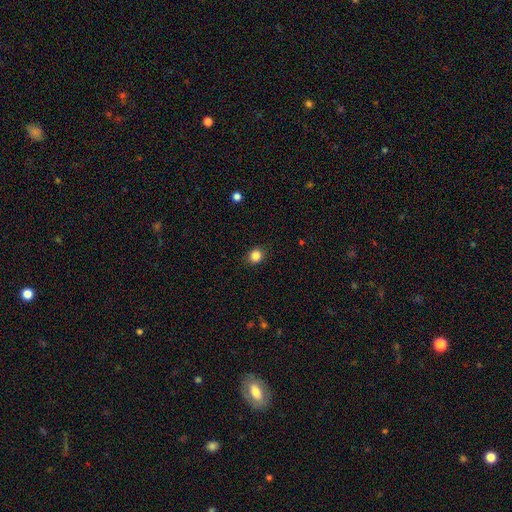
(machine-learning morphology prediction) This is clearly a smooth galaxy (85%). How rounded: likely round (75%). Merging: clearly none (88%).